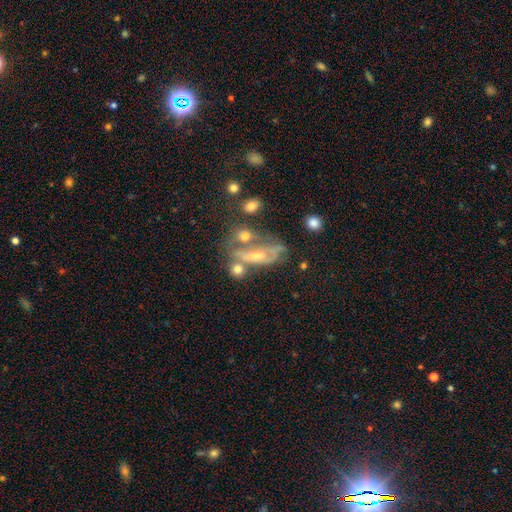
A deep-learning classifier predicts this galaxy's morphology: smooth_or_featured: featured or disk (p=0.57) [alt: smooth p=0.28]
disk_edge_on: no (p=0.80) [alt: yes p=0.20]
merging: merger (p=0.34) [alt: none p=0.28]